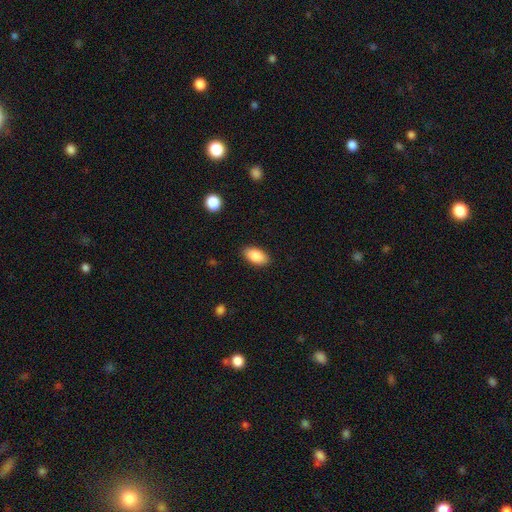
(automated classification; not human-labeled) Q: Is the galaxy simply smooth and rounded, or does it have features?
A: smooth — 87%.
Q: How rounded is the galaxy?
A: in between — 93%.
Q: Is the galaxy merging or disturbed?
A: none — 88%.